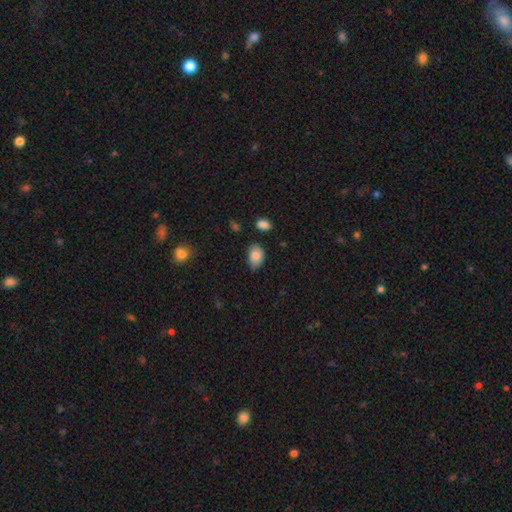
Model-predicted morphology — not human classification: Overall: smooth (85%). How rounded: in between (83%). Merging: none (63%; minor disturbance 29%).